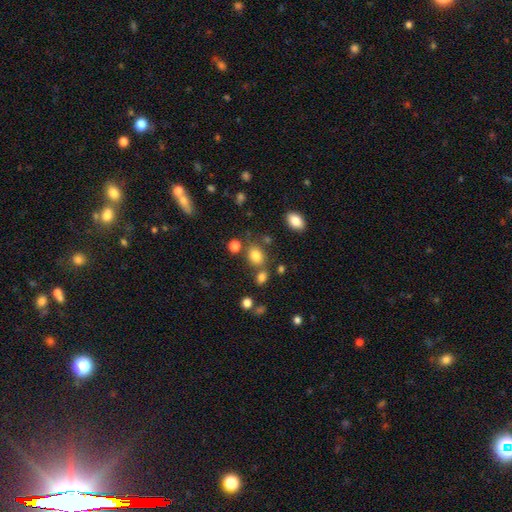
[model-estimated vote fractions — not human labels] This appears to be a smooth galaxy with no disk features (81%) that is in between round and cigar-shaped (53%). Merging: none (70%).